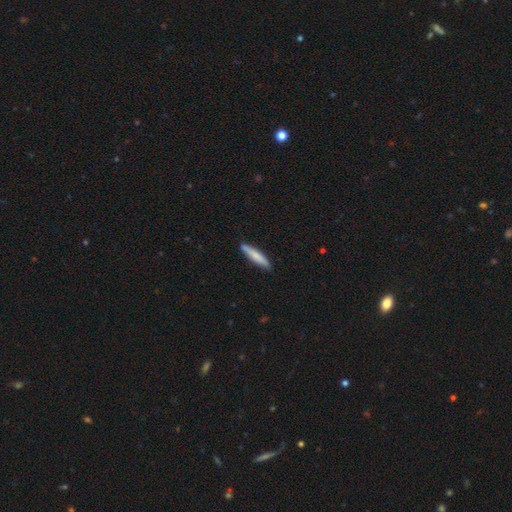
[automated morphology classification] Q: Smooth or featured?
A: smooth (75%); runner-up: featured or disk (20%)
Q: How rounded?
A: cigar-shaped (90%); runner-up: in between (9%)
Q: Merging?
A: none (83%); runner-up: minor disturbance (13%)